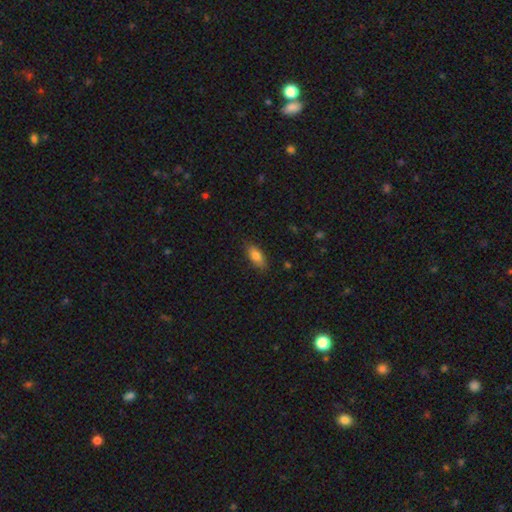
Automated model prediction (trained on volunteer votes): The model was most divided on "smooth or featured": smooth: 80%, featured or disk: 13%, star or artifact: 7%. More confident: merging — none (83%); how rounded — in between (83%).